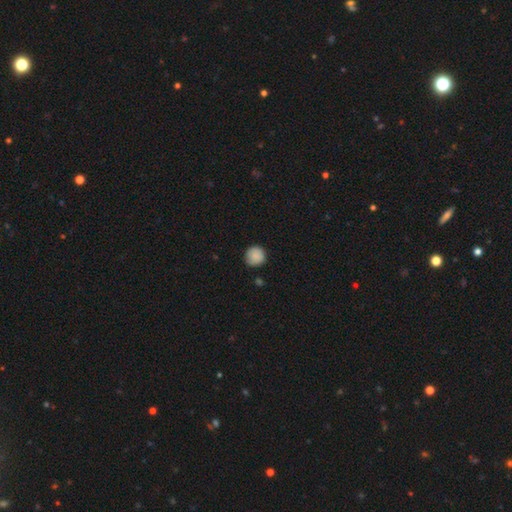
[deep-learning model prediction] smooth-or-featured: smooth: 88% | star or artifact: 8% | featured or disk: 4%
  how-rounded: round: 93% | in between: 6% | cigar-shaped: 1%
  merging: none: 81% | minor disturbance: 15% | major disturbance: 3% | merger: 1%